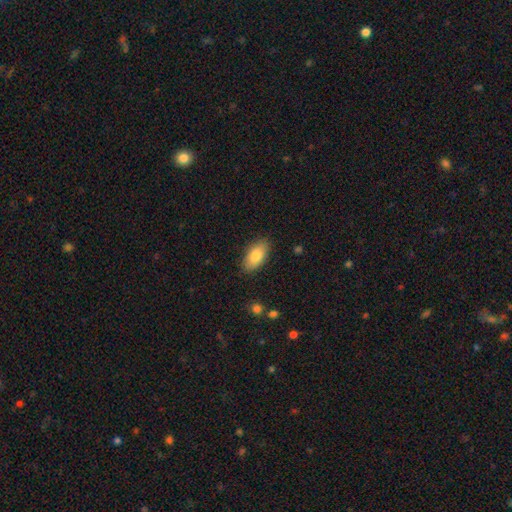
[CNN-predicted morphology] Smooth or featured? Predicted: smooth (p=0.83). How rounded? Predicted: in between (p=0.91). Merging? Predicted: none (p=0.86).